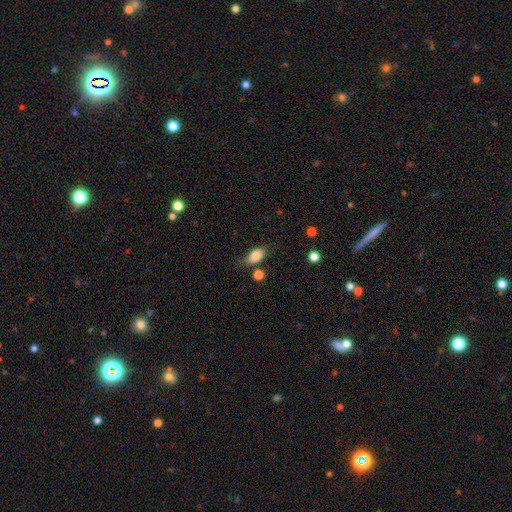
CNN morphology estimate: smooth 84%, featured or disk 9%, star or artifact 8%. Down the decision tree: how rounded — in between (87%); merging — none (66%).